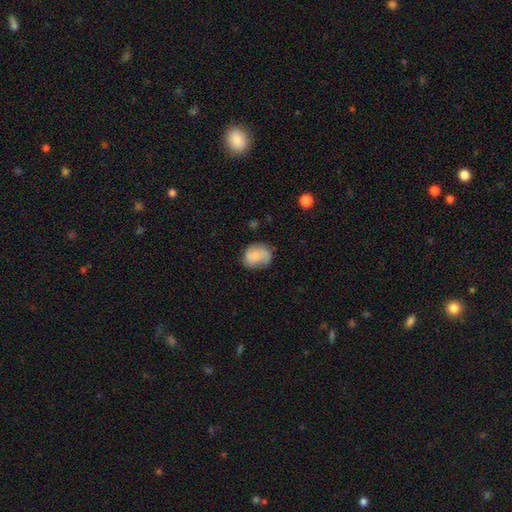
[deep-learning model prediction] A smooth galaxy with no disk features (71%) that is round (55%).

Vote fractions:
- Smooth or featured? smooth: 71% / featured or disk: 22% / star or artifact: 8%
- How rounded? round: 55% / in between: 44% / cigar-shaped: 1%
- Merging? none: 56% / minor disturbance: 30% / major disturbance: 11% / merger: 3%